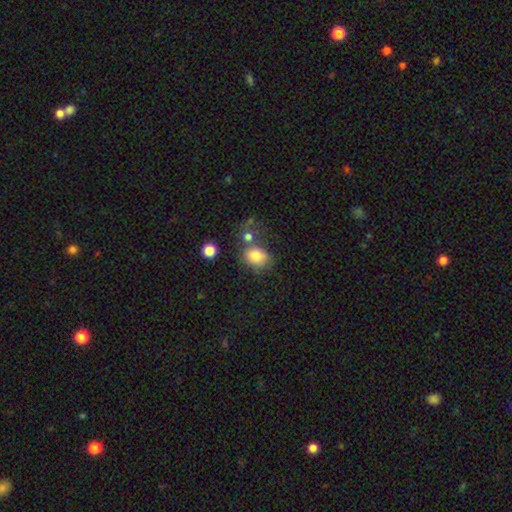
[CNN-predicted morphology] smooth_or_featured: smooth (p=0.80) [alt: star or artifact p=0.10]
how_rounded: in between (p=0.62) [alt: round p=0.37]
merging: none (p=0.47) [alt: merger p=0.22]